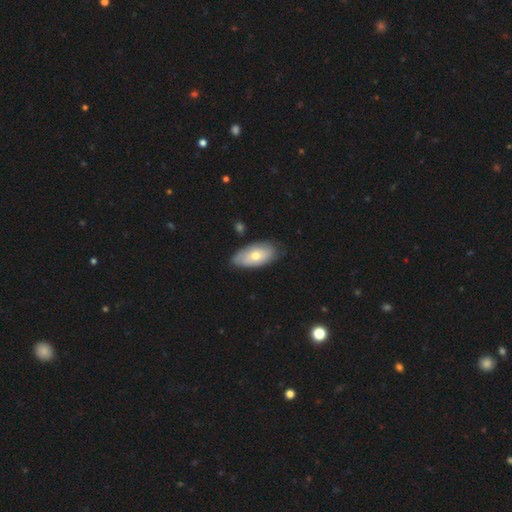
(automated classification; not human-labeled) Smooth or featured?
  - smooth: 54% *
  - featured or disk: 40%
  - star or artifact: 6%
How rounded?
  - in between: 91% *
  - cigar-shaped: 5%
  - round: 4%
Merging?
  - none: 75% *
  - minor disturbance: 19%
  - major disturbance: 4%
  - merger: 2%